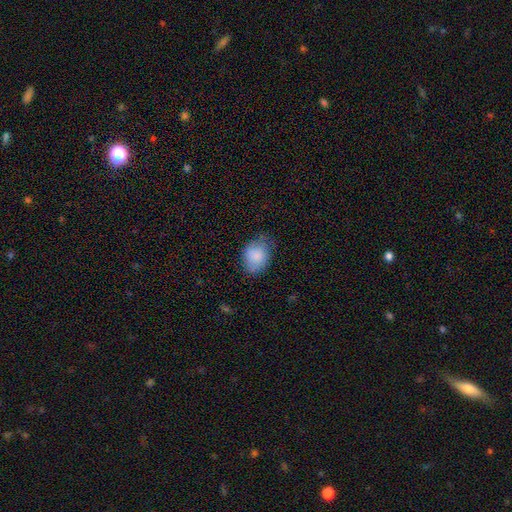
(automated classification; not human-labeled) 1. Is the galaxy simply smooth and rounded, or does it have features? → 83% smooth, 10% featured or disk, 7% star or artifact.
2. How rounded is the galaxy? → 68% in between, 31% round, 1% cigar-shaped.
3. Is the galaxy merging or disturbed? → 58% none, 32% minor disturbance, 8% major disturbance, 1% merger.